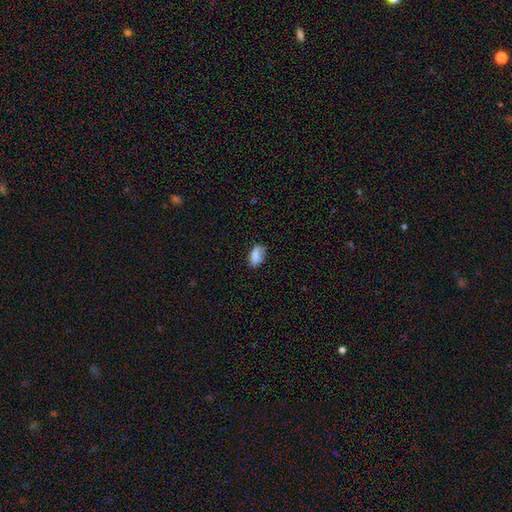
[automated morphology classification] Smooth or featured? smooth (77%)
How rounded? in between (90%)
Merging? none (59%)